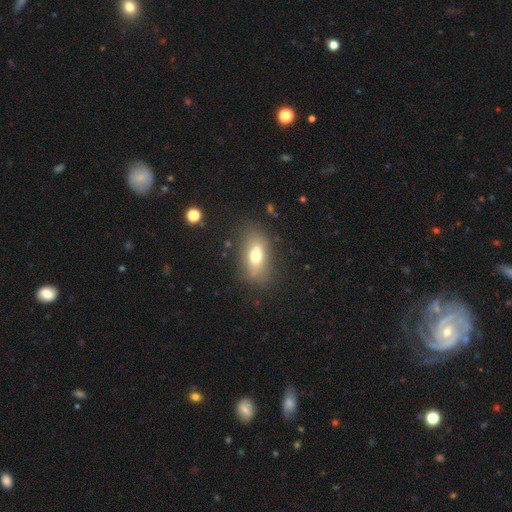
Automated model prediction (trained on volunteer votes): Morphology: type=smooth (66%); roundness=in between (82%); merging=none (72%).